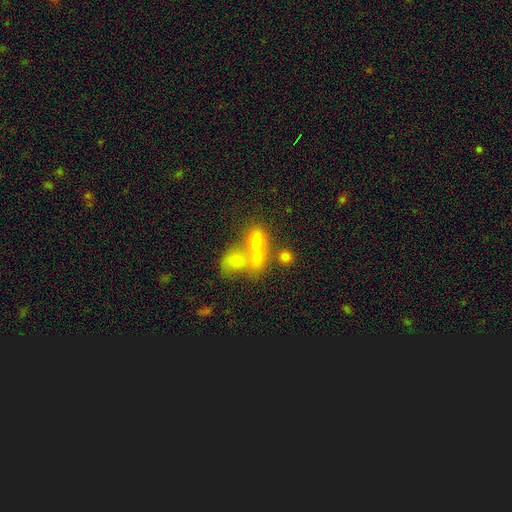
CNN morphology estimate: Smooth or featured? smooth (55%)
How rounded? round (51%)
Merging? merger (60%)